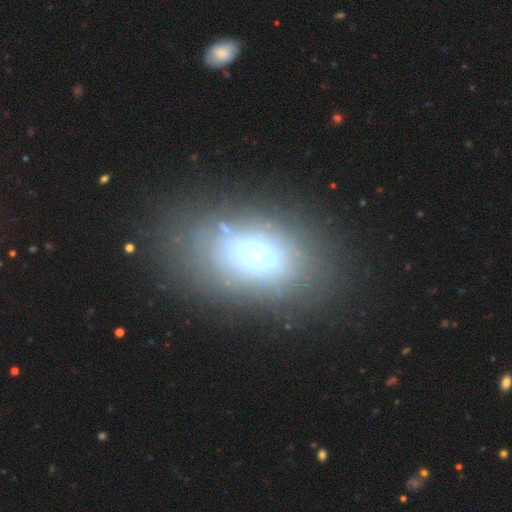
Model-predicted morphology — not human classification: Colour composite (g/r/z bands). It shows a smooth galaxy with no disk features (49%). Merging: none (65%).